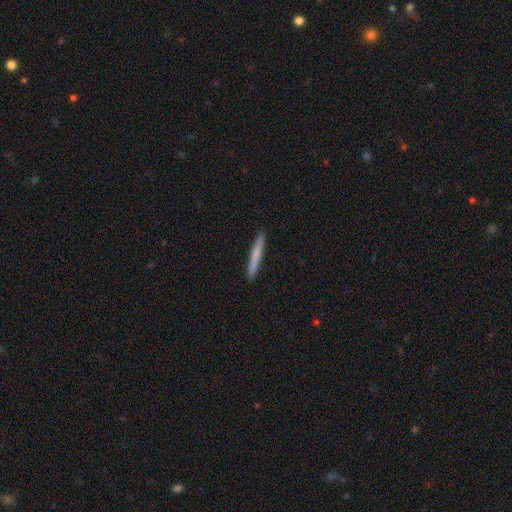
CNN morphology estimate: Smooth or featured: smooth — 68% (featured or disk — 26%)
How rounded: cigar-shaped — 97% (in between — 2%)
Merging: none — 91% (minor disturbance — 6%)